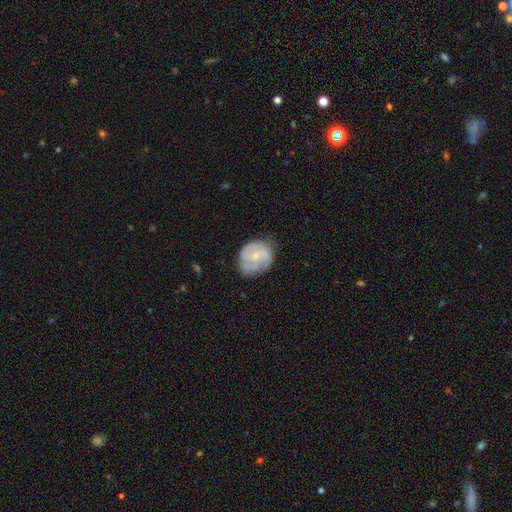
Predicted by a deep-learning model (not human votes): The model was most divided on "spiral arm count": 2: 36%, 3: 34%, can't tell: 18%, 4: 5%, 1: 4%, more than 4: 3%. Remaining: edge-on disk — no (98%); spiral arms — yes (91%); smooth or featured — featured or disk (70%); merging — none (69%); bulge size — small (68%); bar — no (63%); spiral winding — medium (45%).